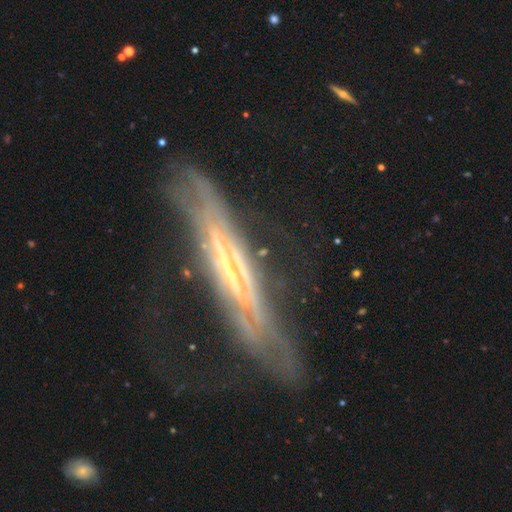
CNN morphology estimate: type=featured or disk (77%); edge-on=yes (64%); merging=none (52%).